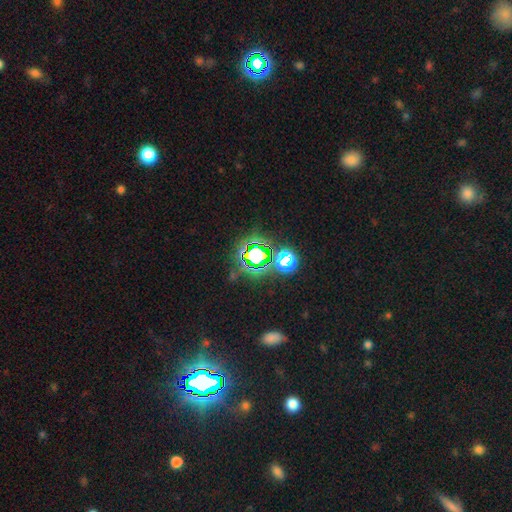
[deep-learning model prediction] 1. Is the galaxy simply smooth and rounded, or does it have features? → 71% star or artifact, 18% smooth, 11% featured or disk.